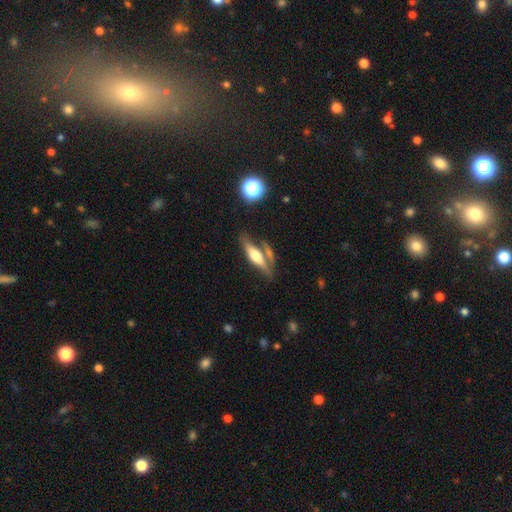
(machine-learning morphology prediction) type=featured or disk (52%); edge-on=yes (86%); merging=none (53%).